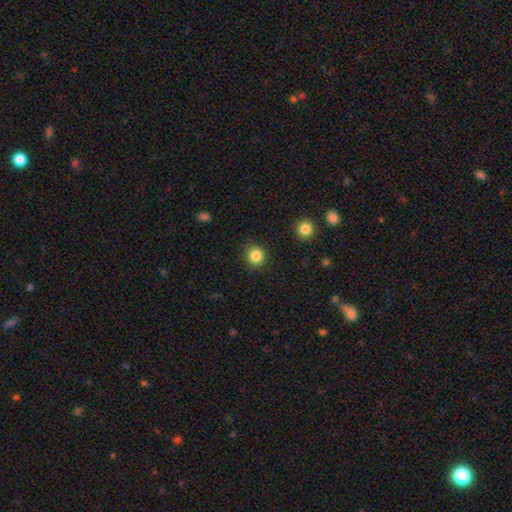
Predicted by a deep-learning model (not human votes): Smooth or featured: smooth — 84% (star or artifact — 11%)
How rounded: round — 91% (in between — 8%)
Merging: none — 89% (minor disturbance — 7%)